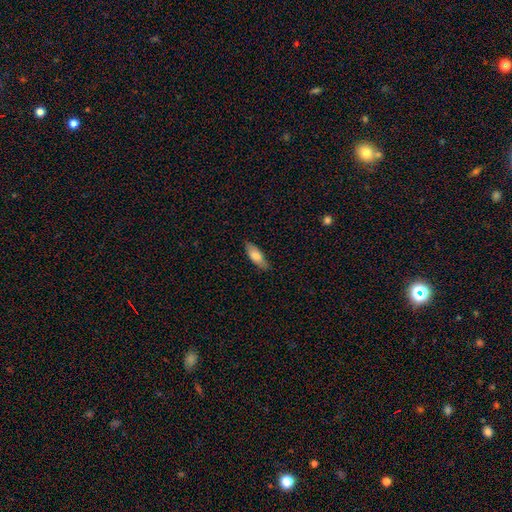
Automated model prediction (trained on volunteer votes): smooth_or_featured: smooth (p=0.78) [alt: featured or disk p=0.16]
how_rounded: in between (p=0.65) [alt: cigar-shaped p=0.33]
merging: none (p=0.83) [alt: minor disturbance p=0.14]